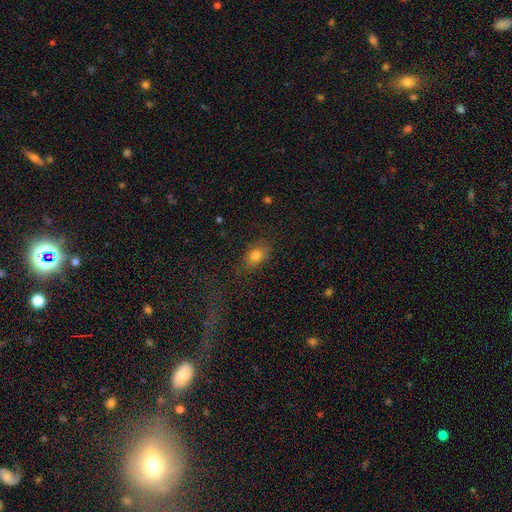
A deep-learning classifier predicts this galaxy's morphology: Q: Smooth or featured?
A: smooth (79%); runner-up: star or artifact (12%)
Q: How rounded?
A: in between (73%); runner-up: round (25%)
Q: Merging?
A: none (77%); runner-up: minor disturbance (15%)